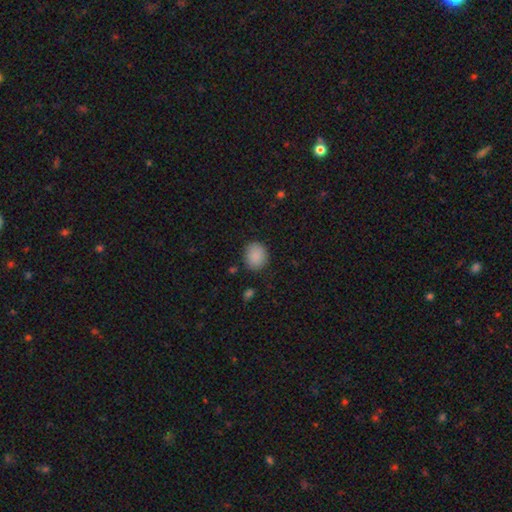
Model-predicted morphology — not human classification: Smooth or featured? smooth (88%)
How rounded? round (63%)
Merging? none (86%)